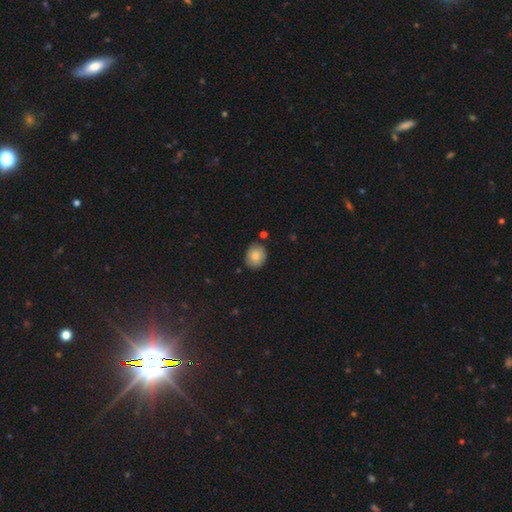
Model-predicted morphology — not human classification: The model was most divided on "how rounded": round: 61%, in between: 38%, cigar-shaped: 1%. More confident: smooth or featured — smooth (83%); merging — none (79%).